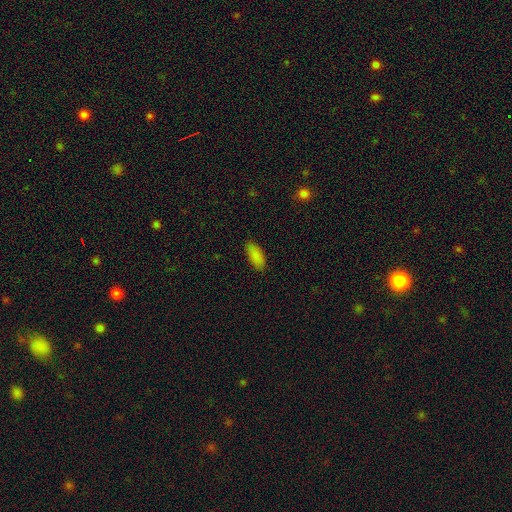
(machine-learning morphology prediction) A smooth galaxy with no disk features (86%) that is in between round and cigar-shaped (85%). Merging: none (86%).